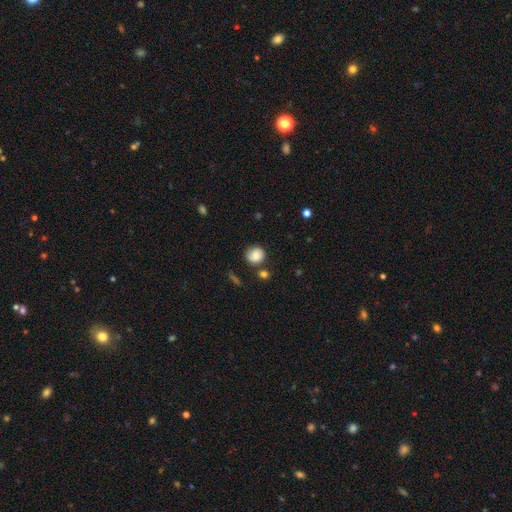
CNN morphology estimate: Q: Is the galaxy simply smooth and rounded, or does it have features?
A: smooth — 76%.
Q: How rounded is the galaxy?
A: round — 81%.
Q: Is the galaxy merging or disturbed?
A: none — 73%.